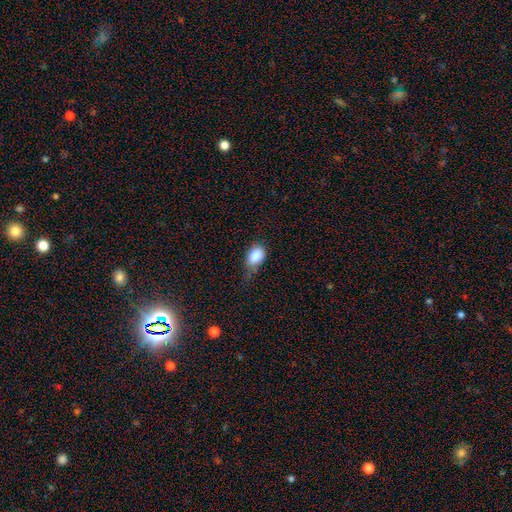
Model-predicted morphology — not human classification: Smooth or featured? Predicted: smooth (p=0.86). How rounded? Predicted: in between (p=0.78). Merging? Predicted: minor disturbance (p=0.42).